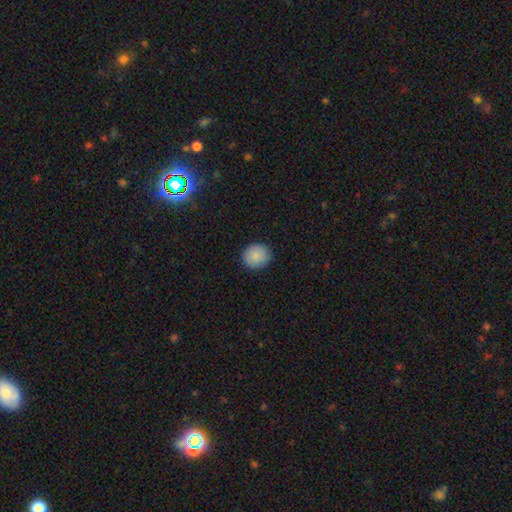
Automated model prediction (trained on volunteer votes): Overall: smooth (87%). How rounded: round (82%). Merging: none (89%).